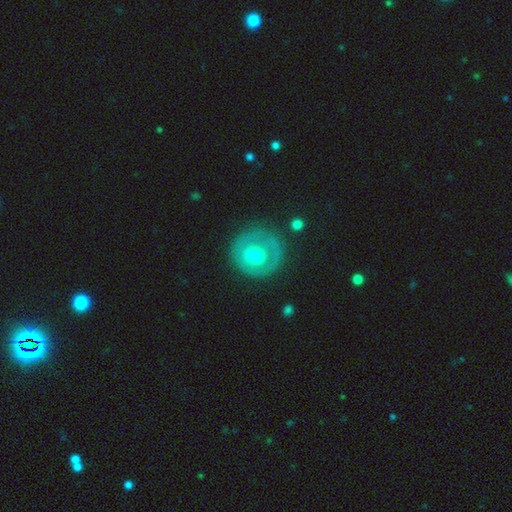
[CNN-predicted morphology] The model was most divided on "smooth or featured": featured or disk: 48%, smooth: 45%, star or artifact: 7%. More confident: merging — none (77%).